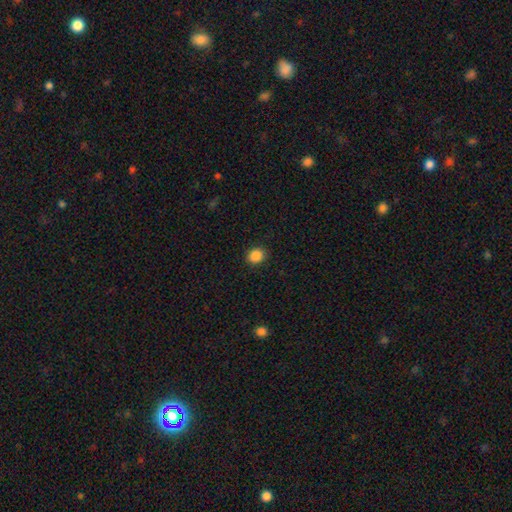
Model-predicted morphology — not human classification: smooth_or_featured: smooth (p=0.87) [alt: star or artifact p=0.10]
how_rounded: round (p=0.70) [alt: in between p=0.29]
merging: none (p=0.89) [alt: minor disturbance p=0.07]